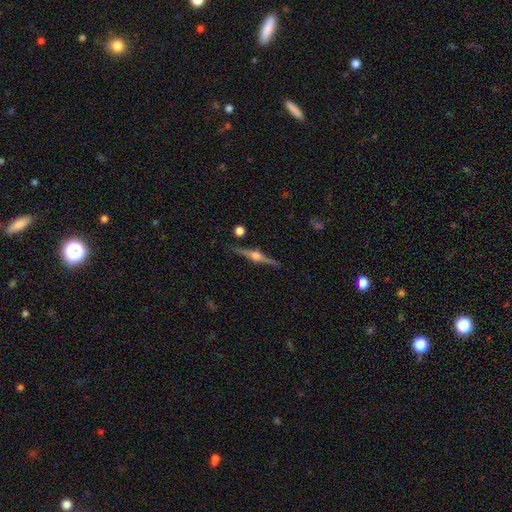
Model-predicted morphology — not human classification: smooth_or_featured: featured or disk (p=0.83) [alt: smooth p=0.11]
disk_edge_on: yes (p=0.98) [alt: no p=0.02]
edge_on_bulge: rounded (p=0.93) [alt: boxy p=0.05]
merging: none (p=0.89) [alt: minor disturbance p=0.07]